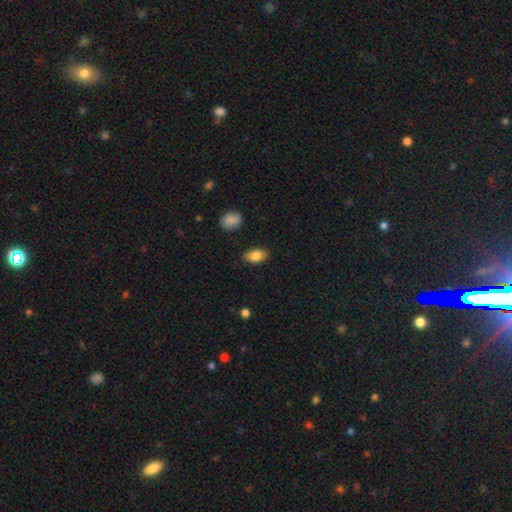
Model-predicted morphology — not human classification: smooth-or-featured: smooth: 84% | featured or disk: 8% | star or artifact: 7%
  how-rounded: in between: 91% | round: 6% | cigar-shaped: 3%
  merging: none: 87% | minor disturbance: 10% | major disturbance: 2% | merger: 1%